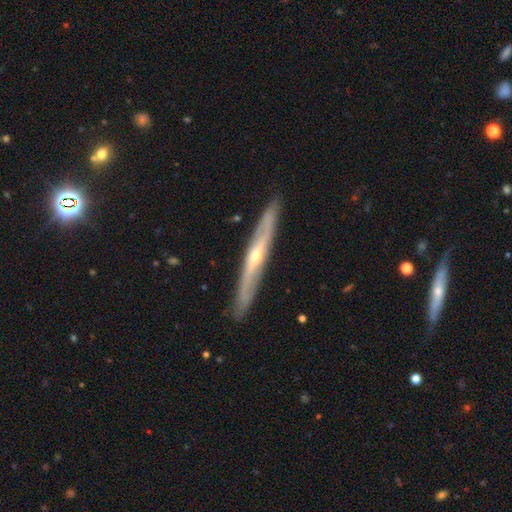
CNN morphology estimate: The model was most divided on "edge-on disk": yes: 77%, no: 23%. More confident: merging — none (87%); smooth or featured — featured or disk (77%); edge-on bulge — rounded (77%).